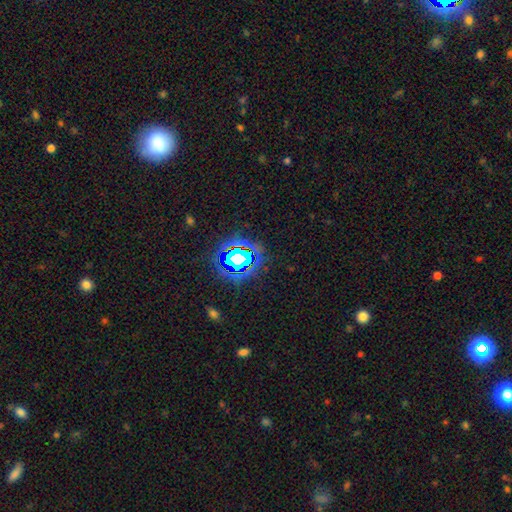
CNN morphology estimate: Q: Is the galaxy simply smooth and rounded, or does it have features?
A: star or artifact — 78%.